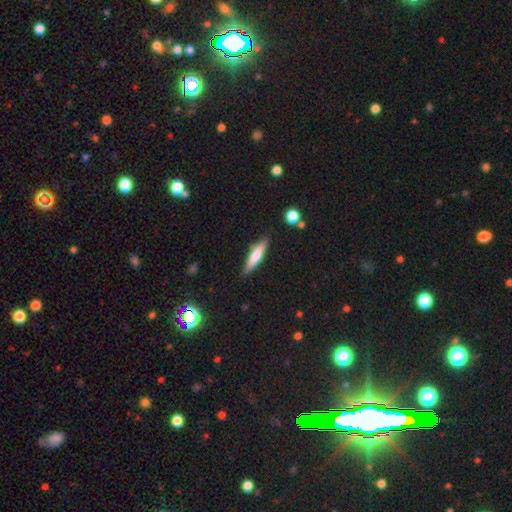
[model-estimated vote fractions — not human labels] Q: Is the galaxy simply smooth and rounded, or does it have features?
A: smooth — 63%.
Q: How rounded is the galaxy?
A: cigar-shaped — 78%.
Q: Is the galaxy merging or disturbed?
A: none — 84%.